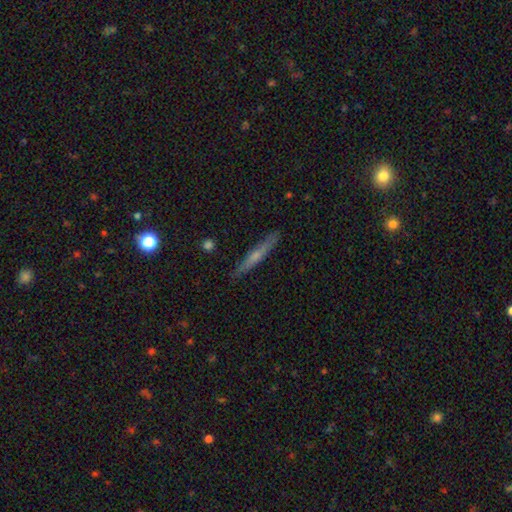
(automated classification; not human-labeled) Q: Smooth or featured?
A: featured or disk (53%); runner-up: smooth (40%)
Q: Edge-on disk?
A: yes (95%); runner-up: no (5%)
Q: Edge-on bulge?
A: rounded (56%); runner-up: none (37%)
Q: Merging?
A: none (88%); runner-up: minor disturbance (9%)